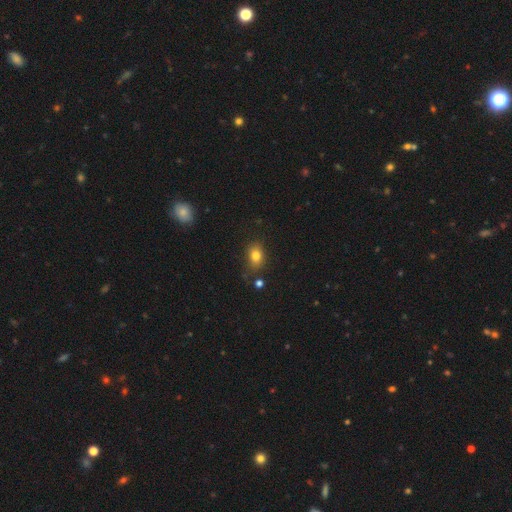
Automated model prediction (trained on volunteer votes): smooth-or-featured: smooth: 80% | star or artifact: 11% | featured or disk: 9%
  how-rounded: in between: 69% | round: 29% | cigar-shaped: 2%
  merging: none: 74% | minor disturbance: 17% | major disturbance: 5% | merger: 4%